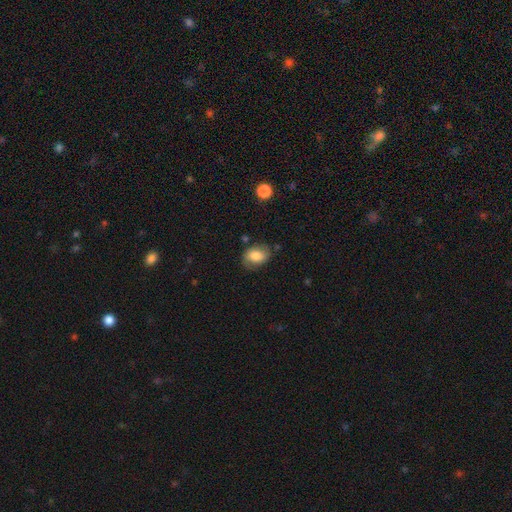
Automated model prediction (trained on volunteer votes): Morphology: type=smooth (77%); roundness=in between (76%); merging=none (71%).